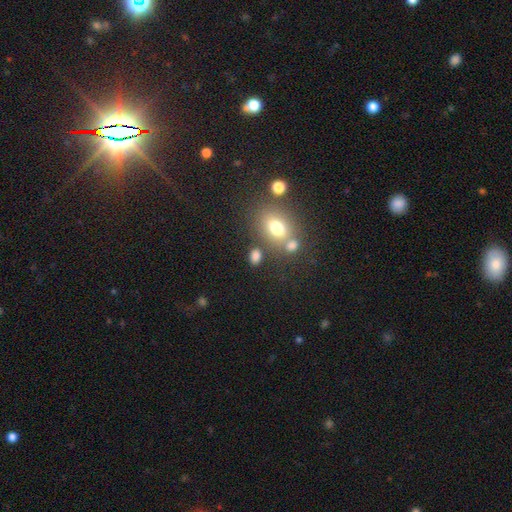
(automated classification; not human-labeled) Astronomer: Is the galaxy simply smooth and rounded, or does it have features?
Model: smooth — 78%.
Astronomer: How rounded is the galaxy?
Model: in between — 68%.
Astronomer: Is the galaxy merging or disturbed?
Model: none — 66%.